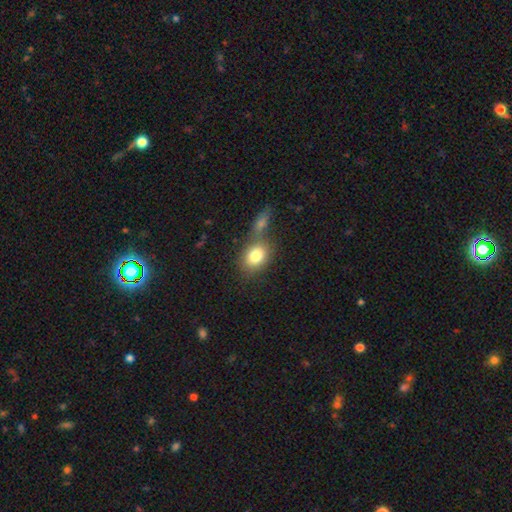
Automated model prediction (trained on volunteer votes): Smooth or featured? Predicted: smooth (p=0.80). How rounded? Predicted: in between (p=0.64). Merging? Predicted: none (p=0.46).